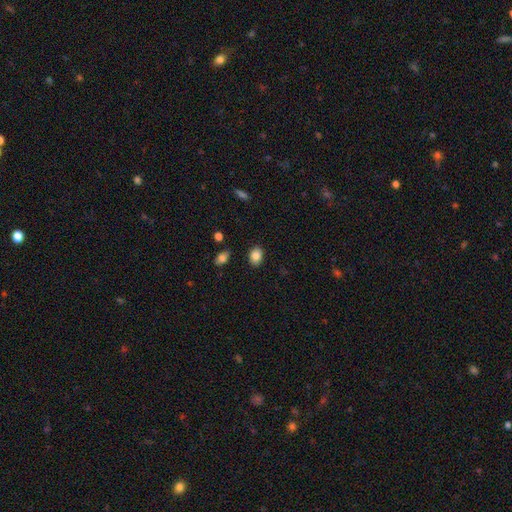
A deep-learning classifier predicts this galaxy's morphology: Smooth or featured? smooth (86%)
How rounded? in between (72%)
Merging? none (87%)